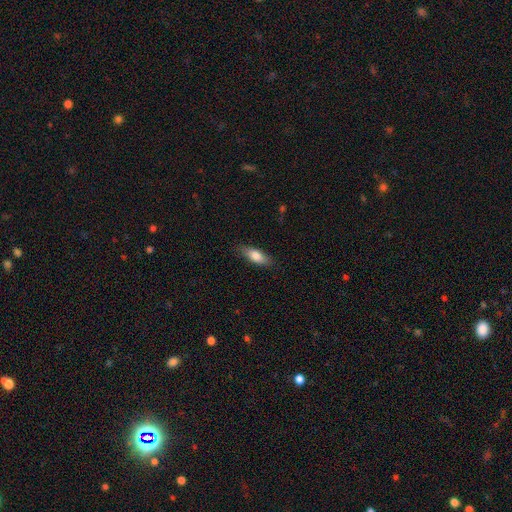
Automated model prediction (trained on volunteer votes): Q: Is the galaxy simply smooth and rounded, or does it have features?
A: smooth — 80%.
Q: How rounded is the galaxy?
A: in between — 68%.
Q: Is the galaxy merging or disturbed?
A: none — 83%.